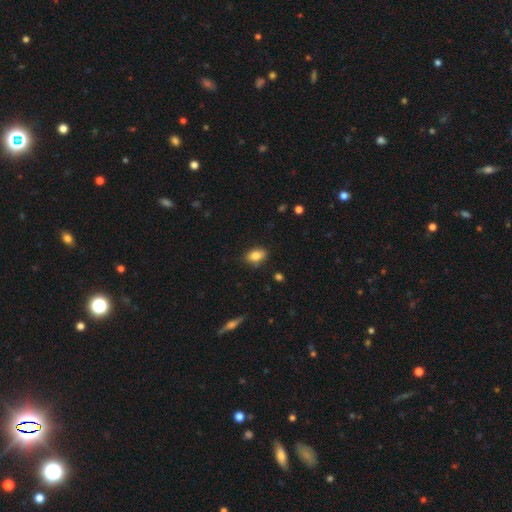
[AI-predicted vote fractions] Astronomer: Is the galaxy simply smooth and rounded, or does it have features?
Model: smooth — 85%.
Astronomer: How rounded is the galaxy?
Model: in between — 84%.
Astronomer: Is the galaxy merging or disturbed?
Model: none — 81%.